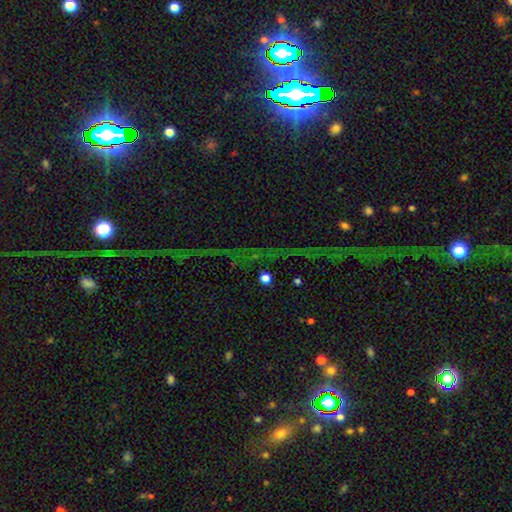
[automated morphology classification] Smooth or featured?
  - star or artifact: 81% *
  - smooth: 10%
  - featured or disk: 9%